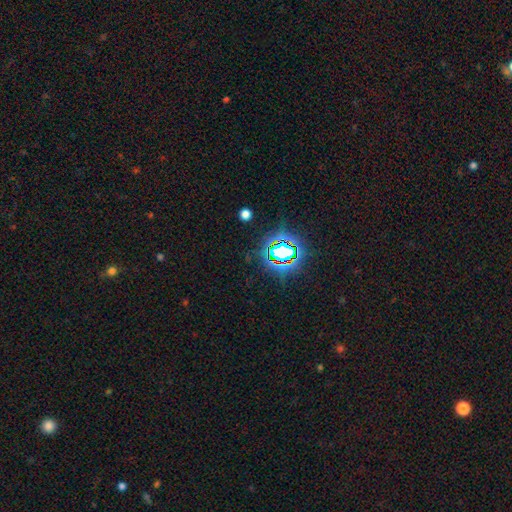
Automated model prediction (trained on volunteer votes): The model was most divided on "smooth or featured": star or artifact: 79%, smooth: 13%, featured or disk: 8%.